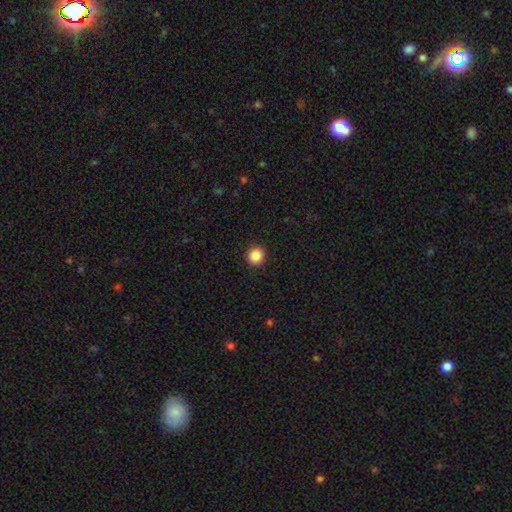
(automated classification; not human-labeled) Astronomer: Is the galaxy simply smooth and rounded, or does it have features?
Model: smooth — 88%.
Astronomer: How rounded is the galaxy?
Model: round — 89%.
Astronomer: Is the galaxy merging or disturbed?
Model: none — 92%.